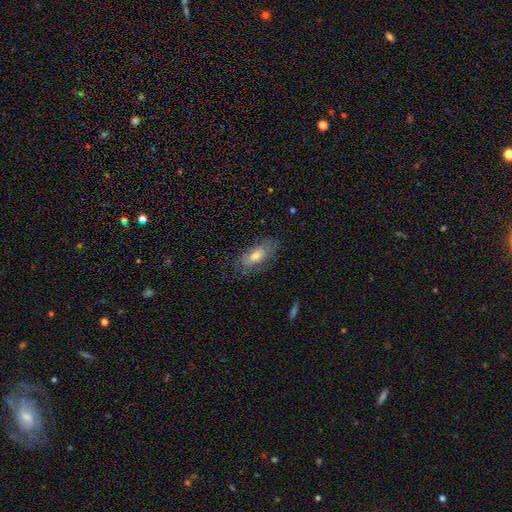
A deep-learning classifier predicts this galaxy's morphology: Smooth or featured?
  - smooth: 53% *
  - featured or disk: 38%
  - star or artifact: 8%
How rounded?
  - in between: 86% *
  - cigar-shaped: 11%
  - round: 4%
Merging?
  - none: 70% *
  - minor disturbance: 20%
  - major disturbance: 8%
  - merger: 1%